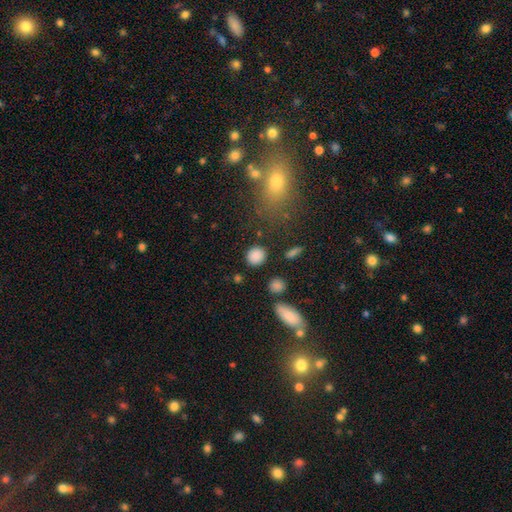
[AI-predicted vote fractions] Smooth or featured? smooth (86%)
How rounded? round (84%)
Merging? none (86%)